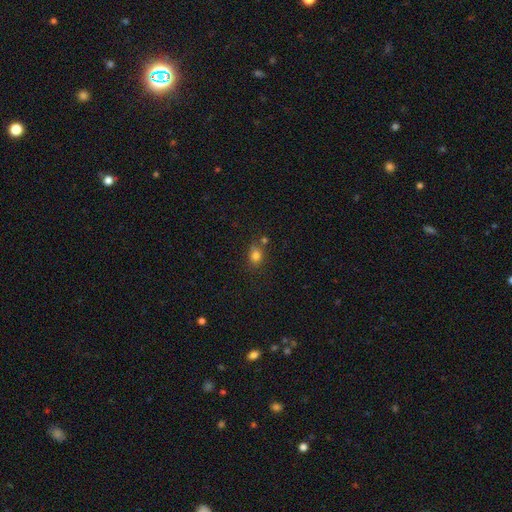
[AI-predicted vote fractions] The model was most divided on "how rounded": round: 56%, in between: 42%, cigar-shaped: 1%. More confident: smooth or featured — smooth (79%); merging — none (64%).